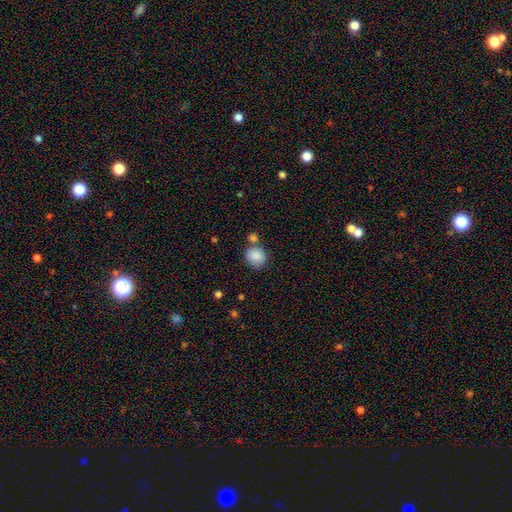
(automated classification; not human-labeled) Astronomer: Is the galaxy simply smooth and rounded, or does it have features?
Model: smooth — 87%.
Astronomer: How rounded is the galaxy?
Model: round — 78%.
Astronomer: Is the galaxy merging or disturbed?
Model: none — 62%.